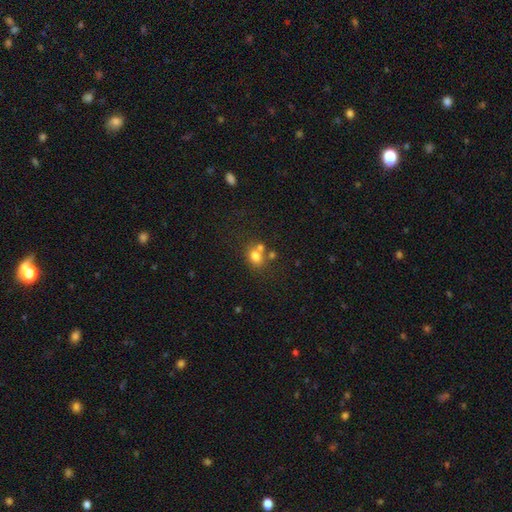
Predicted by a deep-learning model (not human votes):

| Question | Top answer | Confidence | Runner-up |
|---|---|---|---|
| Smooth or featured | smooth | 73% | star or artifact (14%) |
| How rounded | round | 54% | in between (45%) |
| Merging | none | 50% | merger (33%) |